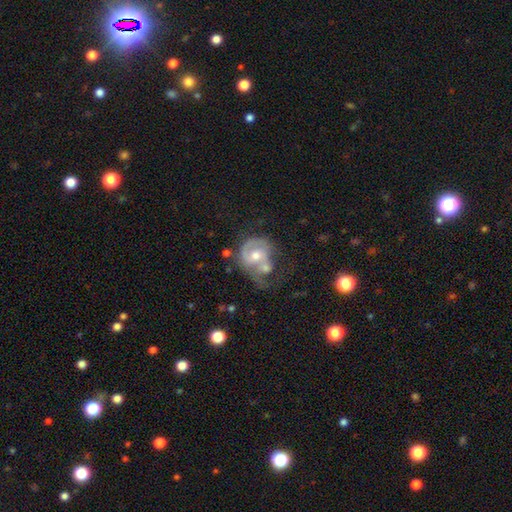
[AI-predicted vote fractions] Overall: featured or disk (69%). Edge-on disk: no (97%). Bar: no (60%; weak 33%). Spiral arms: yes (78%). Spiral arm count: 2 (51%; 1 26%). Spiral winding: medium (41%; tight 40%). Bulge size: moderate (68%). Merging: merger (45%; none 23%).